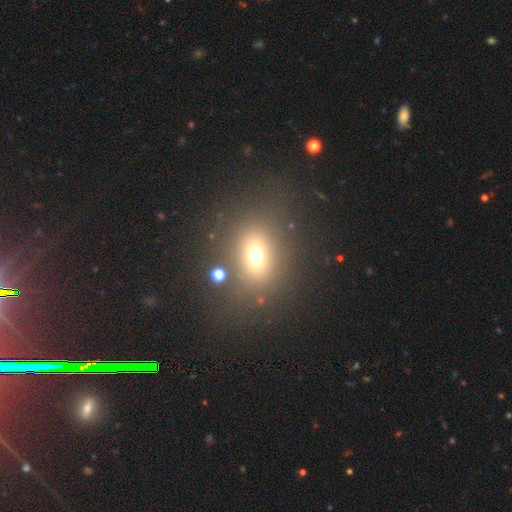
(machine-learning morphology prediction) Smooth or featured?
  - smooth: 67% *
  - star or artifact: 20%
  - featured or disk: 13%
How rounded?
  - round: 56% *
  - in between: 43%
  - cigar-shaped: 2%
Merging?
  - none: 77% *
  - minor disturbance: 10%
  - major disturbance: 7%
  - merger: 5%